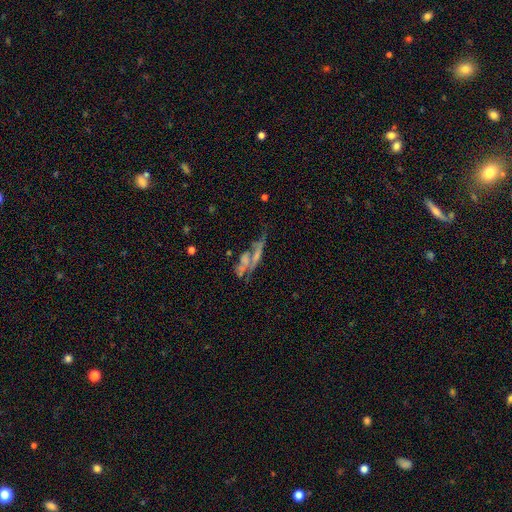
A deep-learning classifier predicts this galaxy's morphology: smooth_or_featured: featured or disk (p=0.51) [alt: smooth p=0.33]
disk_edge_on: no (p=0.59) [alt: yes p=0.41]
merging: none (p=0.34) [alt: merger p=0.26]